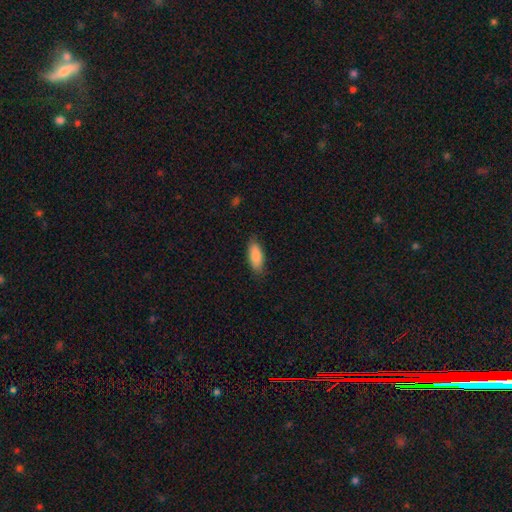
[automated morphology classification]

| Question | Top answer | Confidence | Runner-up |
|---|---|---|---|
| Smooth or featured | smooth | 88% | featured or disk (6%) |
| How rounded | in between | 79% | cigar-shaped (19%) |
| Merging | none | 83% | minor disturbance (14%) |